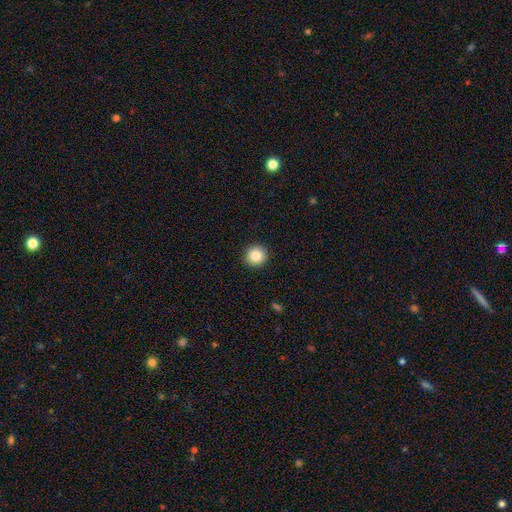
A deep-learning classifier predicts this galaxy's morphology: This is clearly a smooth galaxy (85%). How rounded: clearly round (93%). Merging: clearly none (92%).